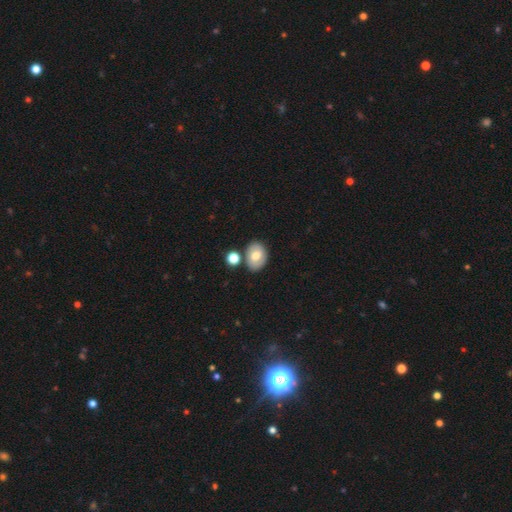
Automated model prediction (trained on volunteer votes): Smooth or featured? smooth (69%)
How rounded? in between (71%)
Merging? none (73%)